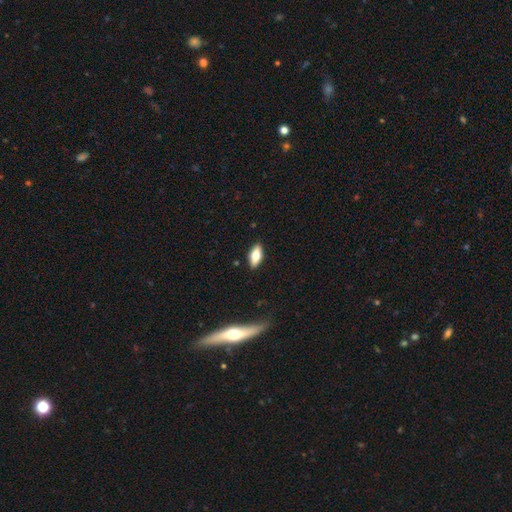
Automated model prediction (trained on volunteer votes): Smooth or featured? smooth (67%)
How rounded? in between (78%)
Merging? none (87%)